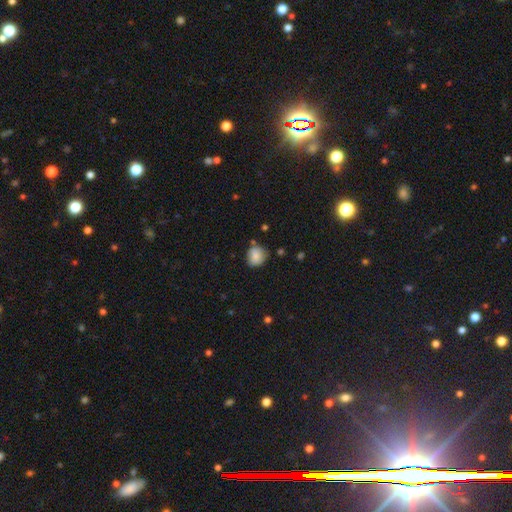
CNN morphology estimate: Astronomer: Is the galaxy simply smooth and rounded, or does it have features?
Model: smooth — 83%.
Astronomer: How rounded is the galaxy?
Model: round — 77%.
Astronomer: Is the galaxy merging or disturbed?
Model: none — 72%.